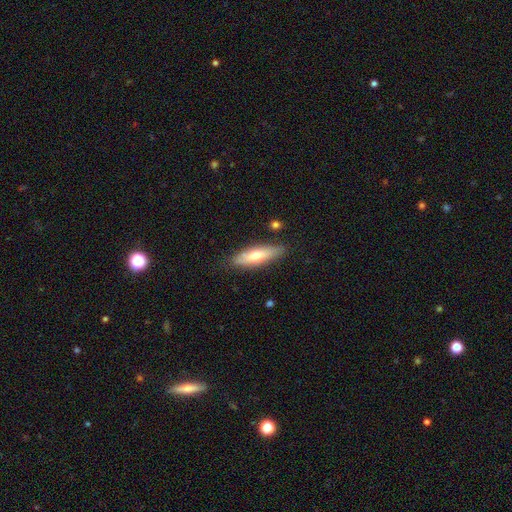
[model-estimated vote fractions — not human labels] Smooth or featured? Predicted: smooth (p=0.58). How rounded? Predicted: cigar-shaped (p=0.57). Merging? Predicted: none (p=0.82).